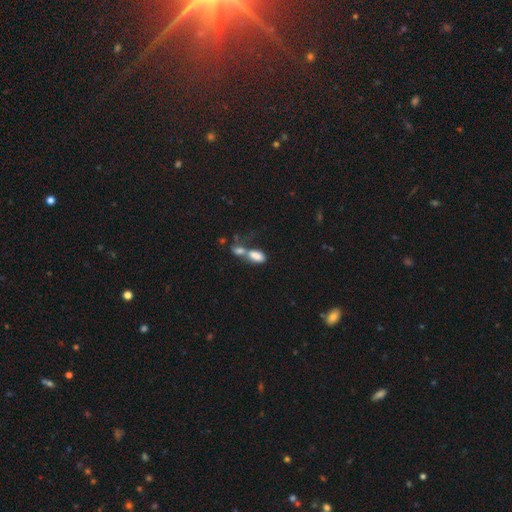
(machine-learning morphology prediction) Smooth or featured: smooth — 77% (featured or disk — 13%)
How rounded: in between — 88% (cigar-shaped — 7%)
Merging: merger — 65% (none — 18%)